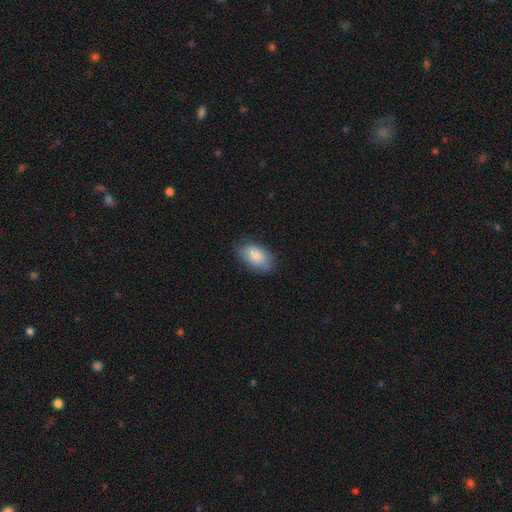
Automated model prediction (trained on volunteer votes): This is clearly a smooth galaxy (84%). How rounded: clearly in between (93%). Merging: likely none (75%).